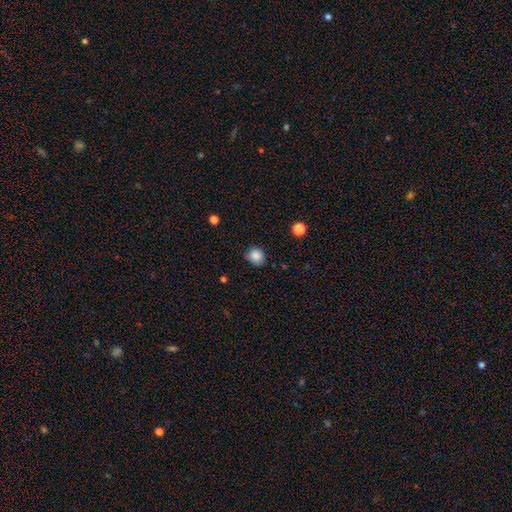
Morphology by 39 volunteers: Smooth or featured?
  - smooth: 95% *
  - featured or disk: 5%
  - star or artifact: 0%
How rounded?
  - round: 76% *
  - in between: 24%
  - cigar-shaped: 0%
Merging?
  - none: 69% *
  - minor disturbance: 28%
  - major disturbance: 3%
  - merger: 0%